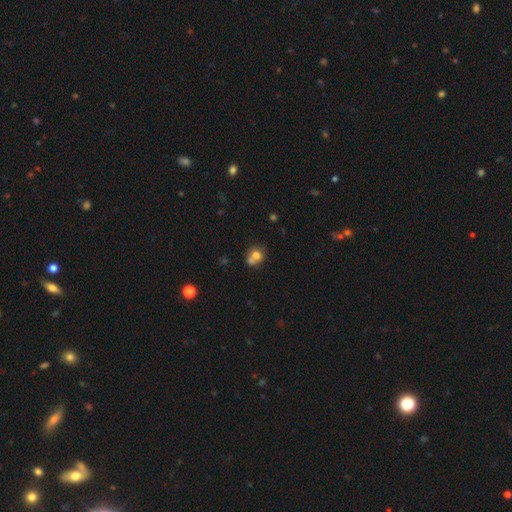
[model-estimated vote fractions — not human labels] This appears to be a smooth galaxy with no disk features (71%) that is round (71%). Merging: merger (50%).